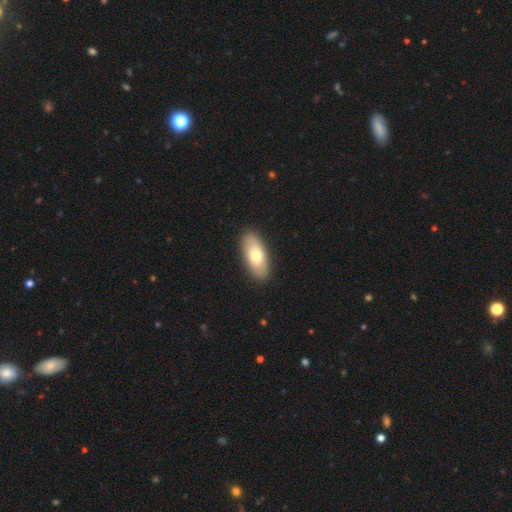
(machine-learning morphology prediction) This appears to be a smooth galaxy with no disk features (70%) that is in between round and cigar-shaped (86%). Merging: none (89%).